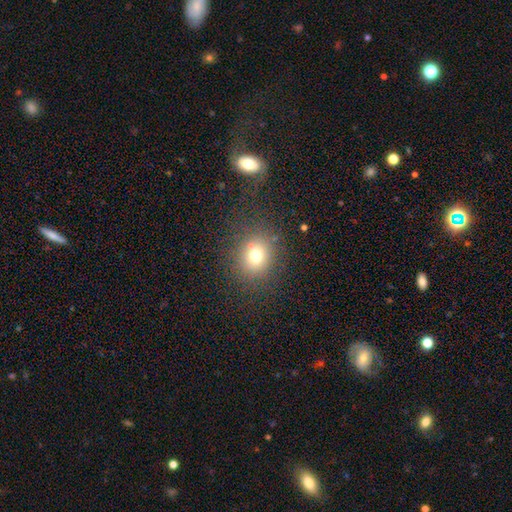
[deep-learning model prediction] A smooth galaxy with no disk features (71%) that is round (79%). Merging: none (82%).